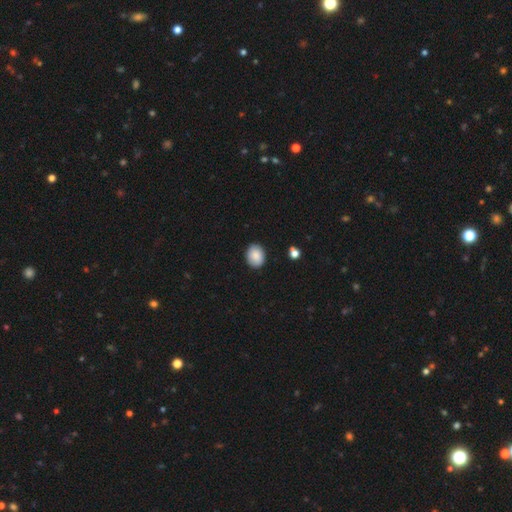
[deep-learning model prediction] A smooth galaxy with no disk features (88%) that is in between round and cigar-shaped (54%). Merging: none (88%).